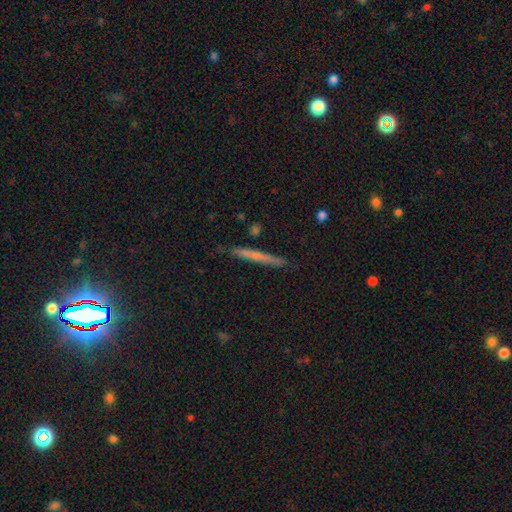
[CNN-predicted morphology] Smooth or featured? Predicted: smooth (p=0.53). How rounded? Predicted: cigar-shaped (p=0.96). Merging? Predicted: none (p=0.87).